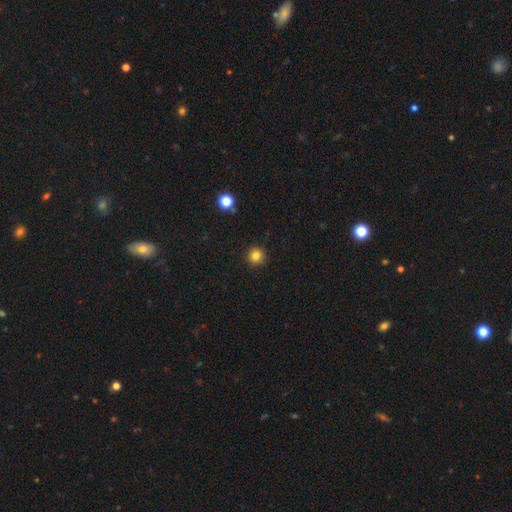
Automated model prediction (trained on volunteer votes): Smooth or featured: smooth — 83% (star or artifact — 12%)
How rounded: round — 94% (in between — 5%)
Merging: none — 92% (minor disturbance — 5%)